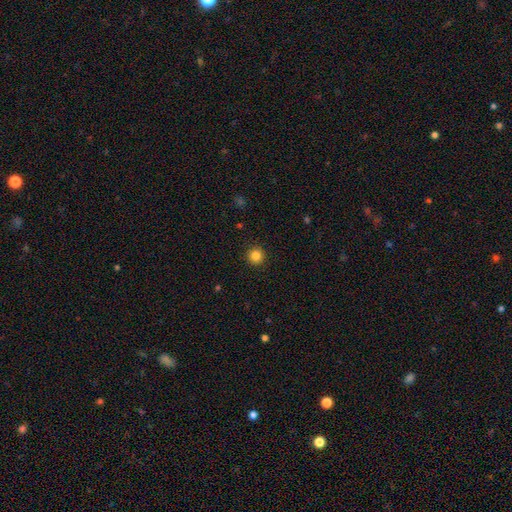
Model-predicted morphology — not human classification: smooth 84%, star or artifact 12%, featured or disk 4%. Down the decision tree: how rounded — round (95%); merging — none (92%).